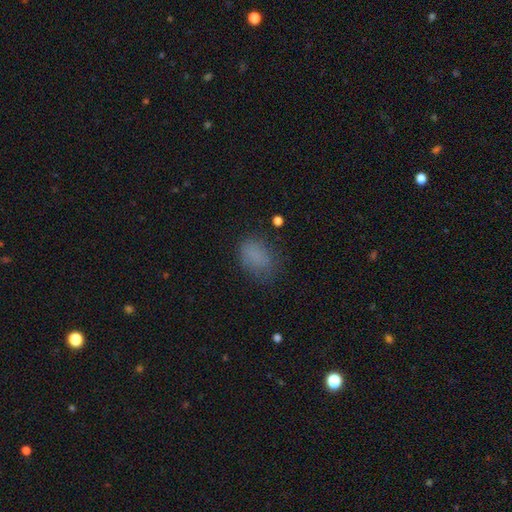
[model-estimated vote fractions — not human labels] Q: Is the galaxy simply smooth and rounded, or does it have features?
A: smooth — 79%.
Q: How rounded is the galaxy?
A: in between — 81%.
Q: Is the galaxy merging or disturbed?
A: none — 63%.